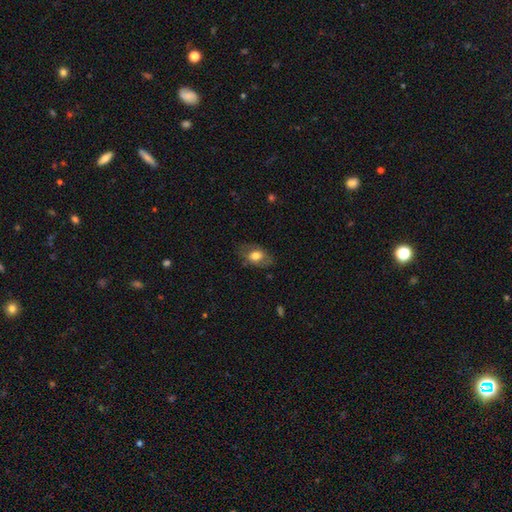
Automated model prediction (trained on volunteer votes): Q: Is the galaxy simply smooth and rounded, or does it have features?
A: smooth — 69%.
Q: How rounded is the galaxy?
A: in between — 85%.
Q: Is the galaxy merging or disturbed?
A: none — 72%.